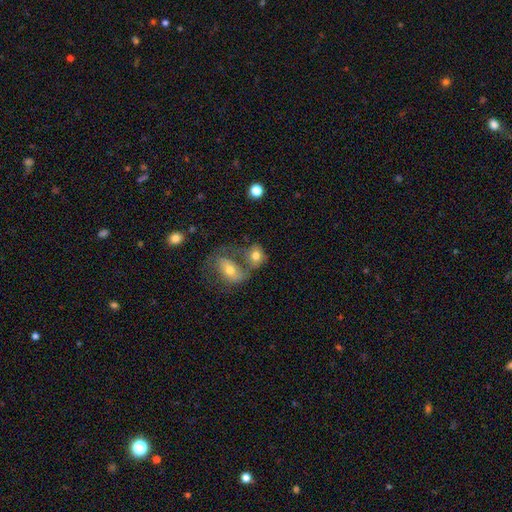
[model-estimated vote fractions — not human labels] This appears to be a smooth galaxy with no disk features (67%) that is in between round and cigar-shaped (52%). Merging: merger (56%).